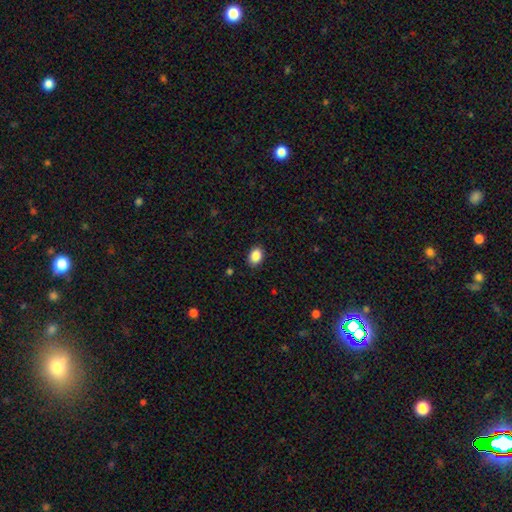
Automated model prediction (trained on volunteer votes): This is clearly a smooth galaxy (88%). How rounded: likely in between (79%). Merging: clearly none (88%).